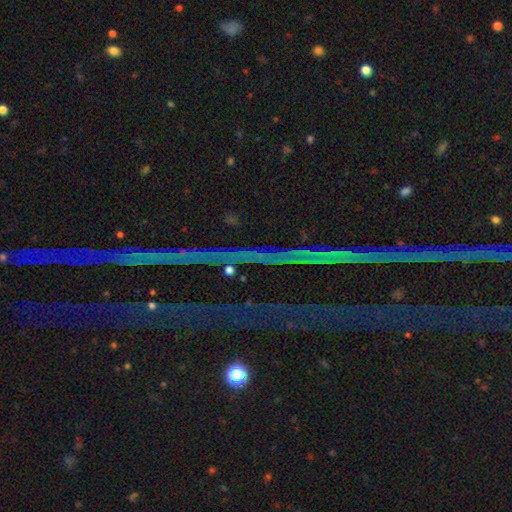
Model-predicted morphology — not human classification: star or artifact 87%, featured or disk 7%, smooth 6%.